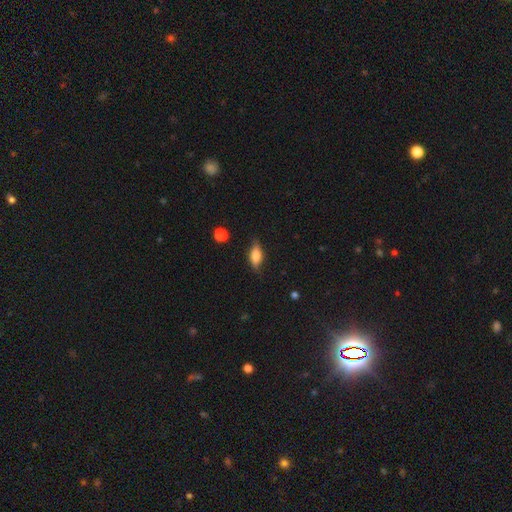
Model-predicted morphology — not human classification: Overall: smooth (62%; featured or disk 30%). How rounded: in between (71%). Merging: none (78%).